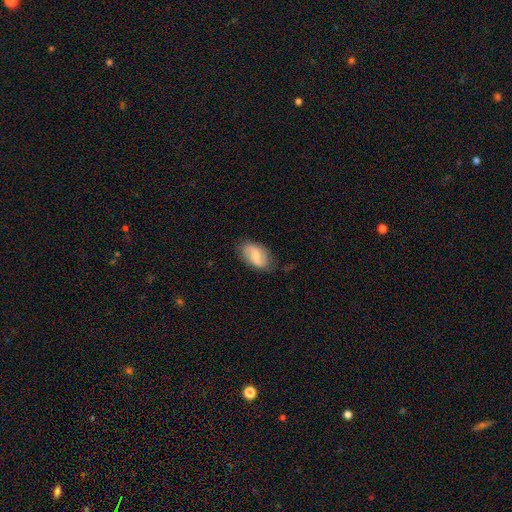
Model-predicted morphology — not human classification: Smooth or featured: featured or disk — 50% (smooth — 44%)
Merging: none — 76% (minor disturbance — 18%)